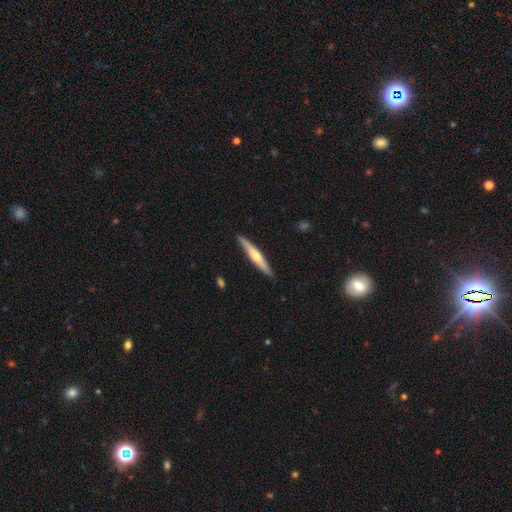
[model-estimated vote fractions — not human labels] smooth-or-featured: featured or disk: 54% | smooth: 41% | star or artifact: 5%
  disk-edge-on: yes: 96% | no: 4%
    edge-on-bulge: rounded: 82% | none: 13% | boxy: 5%
  merging: none: 89% | minor disturbance: 8% | major disturbance: 1% | merger: 1%